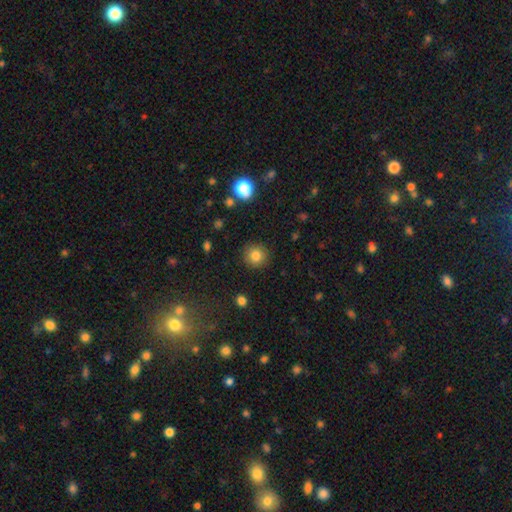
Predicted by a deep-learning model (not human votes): Smooth or featured? smooth (82%)
How rounded? round (92%)
Merging? none (90%)